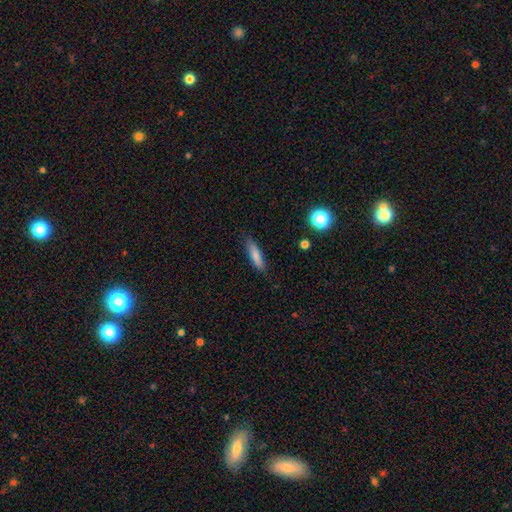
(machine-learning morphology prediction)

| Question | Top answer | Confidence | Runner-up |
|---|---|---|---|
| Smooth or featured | smooth | 78% | featured or disk (15%) |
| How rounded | cigar-shaped | 75% | in between (24%) |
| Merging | none | 84% | minor disturbance (12%) |